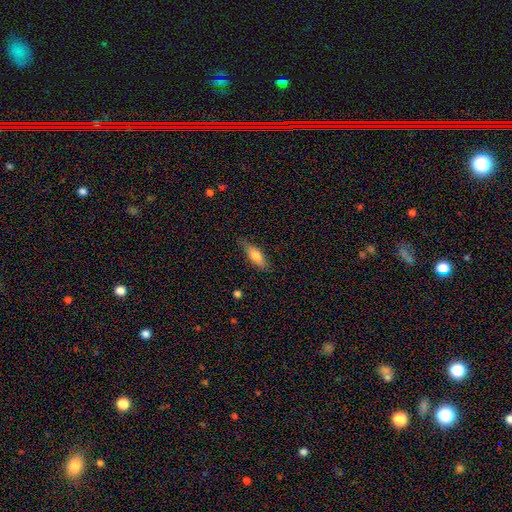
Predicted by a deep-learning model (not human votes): Smooth or featured? smooth (74%)
How rounded? in between (59%)
Merging? none (74%)